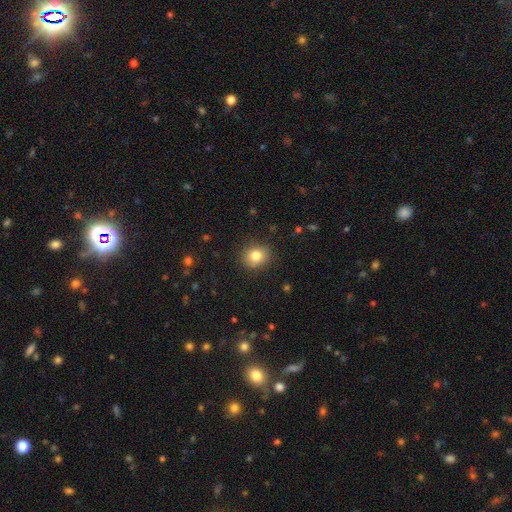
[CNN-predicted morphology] Q: Smooth or featured?
A: smooth (81%); runner-up: star or artifact (11%)
Q: How rounded?
A: round (79%); runner-up: in between (20%)
Q: Merging?
A: none (88%); runner-up: minor disturbance (8%)